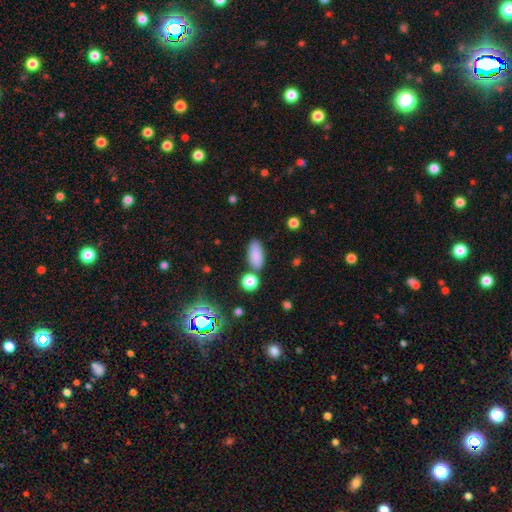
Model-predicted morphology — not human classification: This is clearly a smooth galaxy (86%). How rounded: clearly in between (81%). Merging: likely none (75%).